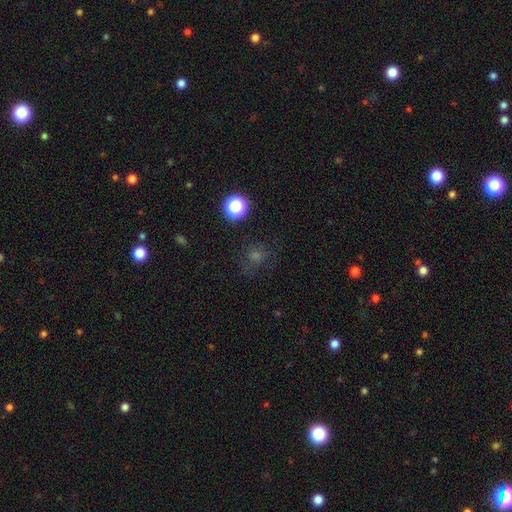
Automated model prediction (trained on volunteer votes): smooth 48%, star or artifact 40%, featured or disk 13%. Down the decision tree: merging — none (74%).